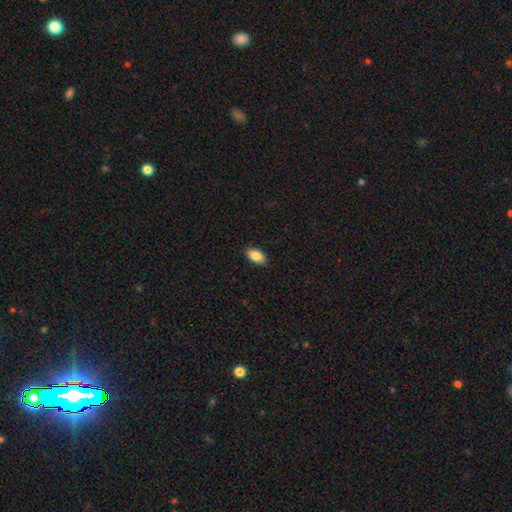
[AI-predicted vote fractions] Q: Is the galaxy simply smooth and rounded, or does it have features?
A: smooth — 87%.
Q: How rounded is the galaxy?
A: in between — 94%.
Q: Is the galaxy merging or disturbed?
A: none — 89%.